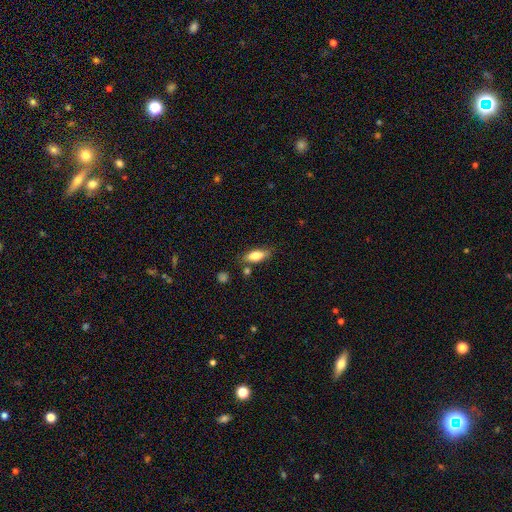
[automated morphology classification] Smooth or featured: smooth — 75% (featured or disk — 18%)
How rounded: in between — 76% (cigar-shaped — 21%)
Merging: none — 75% (minor disturbance — 16%)